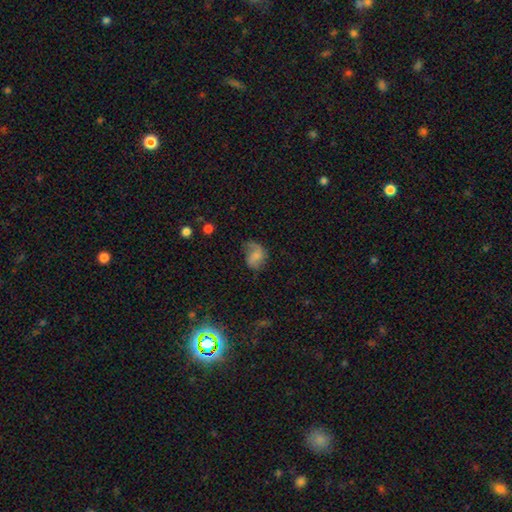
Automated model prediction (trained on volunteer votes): A smooth galaxy with no disk features (51%) that is in between round and cigar-shaped (65%). Merging: none (41%).